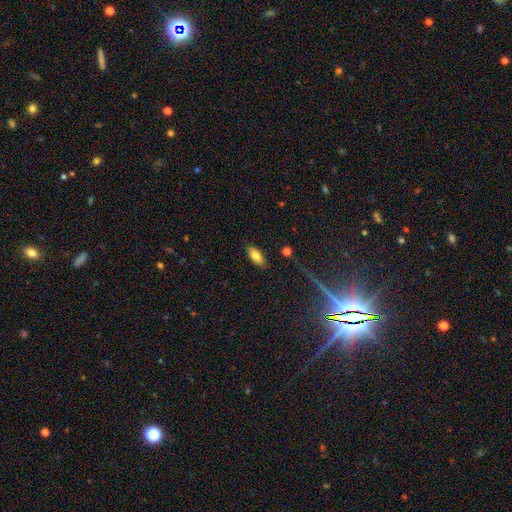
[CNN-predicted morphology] This appears to be a smooth galaxy with no disk features (79%) that is in between round and cigar-shaped (85%). Merging: none (87%).